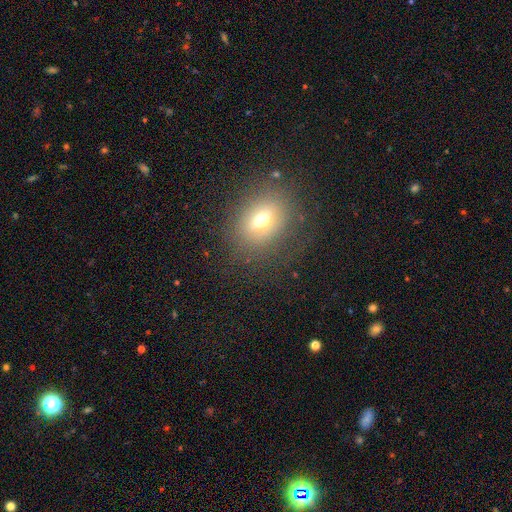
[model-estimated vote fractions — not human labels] Overall: smooth (60%; star or artifact 21%). How rounded: in between (51%; round 47%). Merging: none (84%).